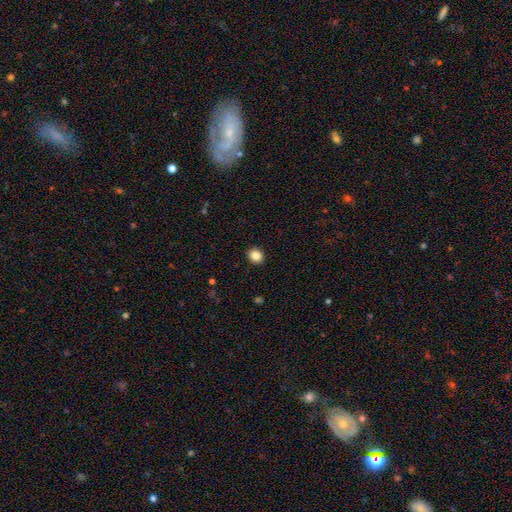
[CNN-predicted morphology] Smooth or featured? smooth (85%)
How rounded? round (72%)
Merging? none (92%)